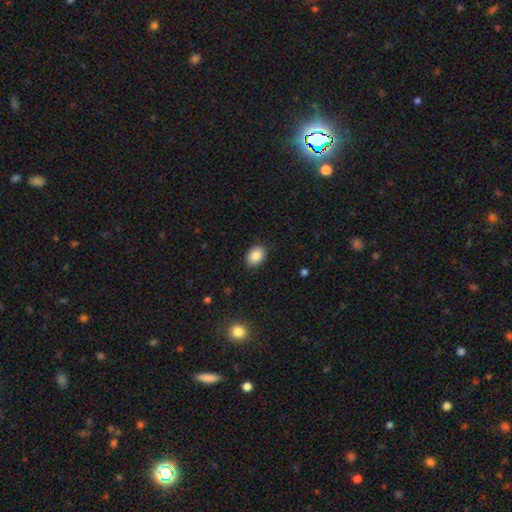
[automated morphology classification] The model was most divided on "how rounded": in between: 71%, round: 28%, cigar-shaped: 1%. More confident: merging — none (89%); smooth or featured — smooth (87%).